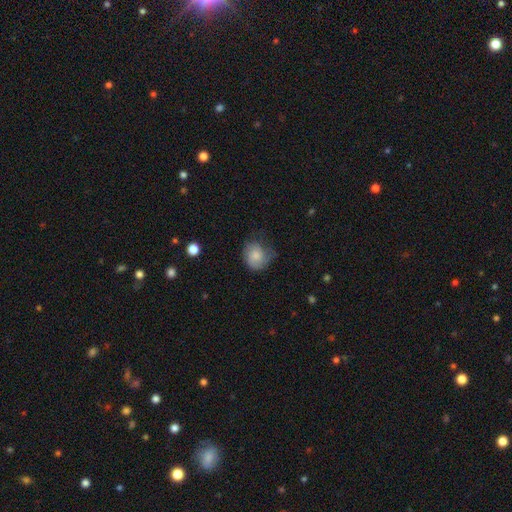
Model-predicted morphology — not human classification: This is likely a smooth galaxy (77%). How rounded: likely round (74%). Merging: possibly none (47%).